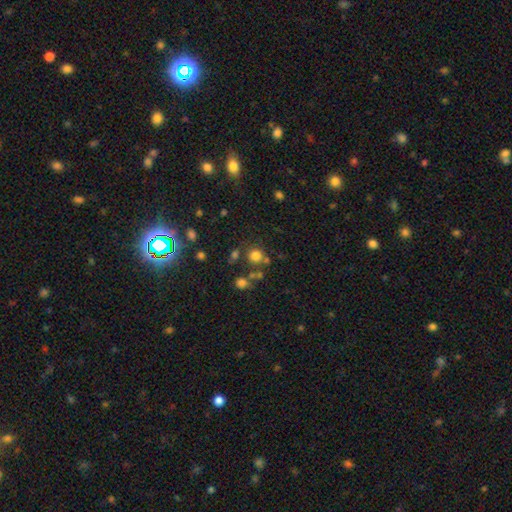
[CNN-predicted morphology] smooth 75%, star or artifact 17%, featured or disk 8%. Down the decision tree: how rounded — round (89%); merging — none (71%).